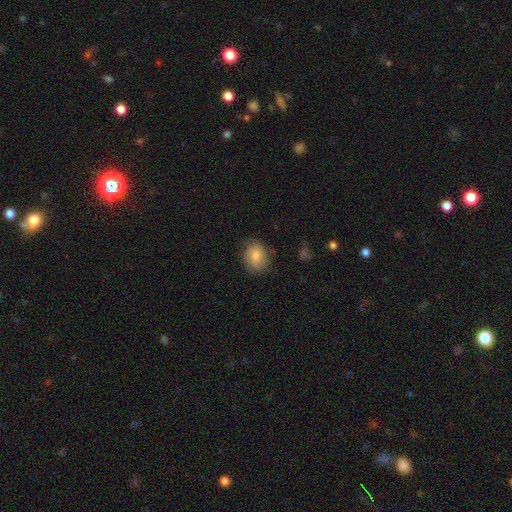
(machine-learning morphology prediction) This appears to be a smooth galaxy with no disk features (80%) that is in between round and cigar-shaped (50%). Merging: none (76%).